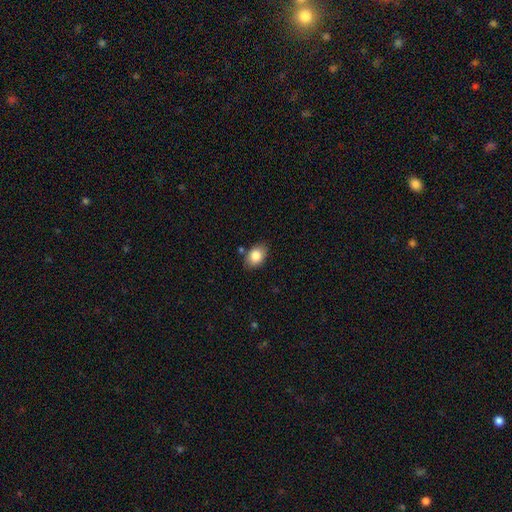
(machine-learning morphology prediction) This appears to be a smooth galaxy with no disk features (84%) that is in between round and cigar-shaped (79%). Merging: none (79%).